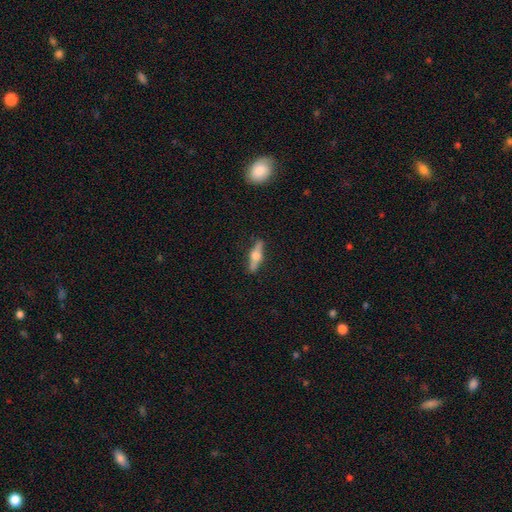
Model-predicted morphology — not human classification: Smooth or featured?
  - featured or disk: 60% *
  - smooth: 33%
  - star or artifact: 6%
Edge-on disk?
  - yes: 94% *
  - no: 6%
Edge-on bulge?
  - rounded: 94% *
  - boxy: 4%
  - none: 2%
Merging?
  - none: 87% *
  - minor disturbance: 10%
  - major disturbance: 2%
  - merger: 1%